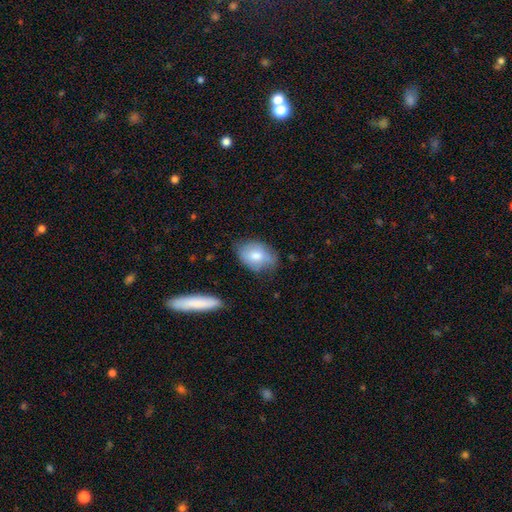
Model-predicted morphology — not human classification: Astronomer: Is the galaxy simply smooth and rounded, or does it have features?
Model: smooth — 73%.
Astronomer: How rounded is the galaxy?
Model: in between — 77%.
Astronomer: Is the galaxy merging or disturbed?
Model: none — 61%.